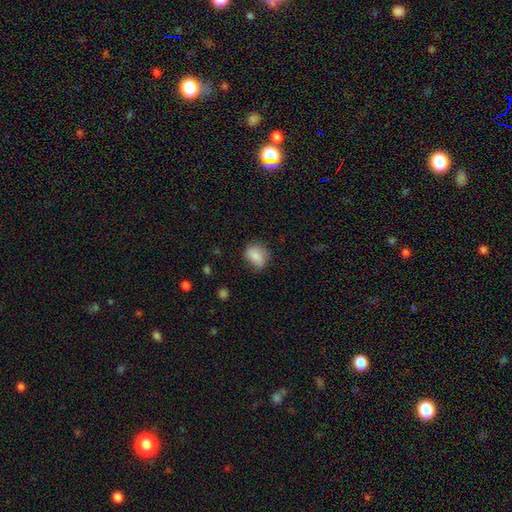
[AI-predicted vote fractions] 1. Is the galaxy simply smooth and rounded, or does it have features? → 83% smooth, 9% featured or disk, 8% star or artifact.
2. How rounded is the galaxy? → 57% in between, 42% round, 1% cigar-shaped.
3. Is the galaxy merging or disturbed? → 65% none, 27% minor disturbance, 6% major disturbance, 1% merger.